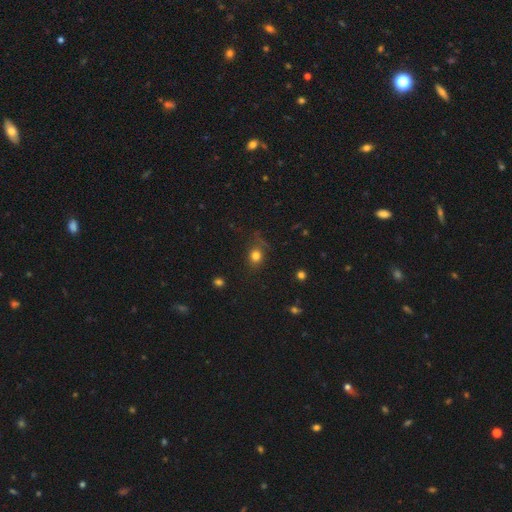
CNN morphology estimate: type=smooth (78%); roundness=round (63%); merging=none (72%).